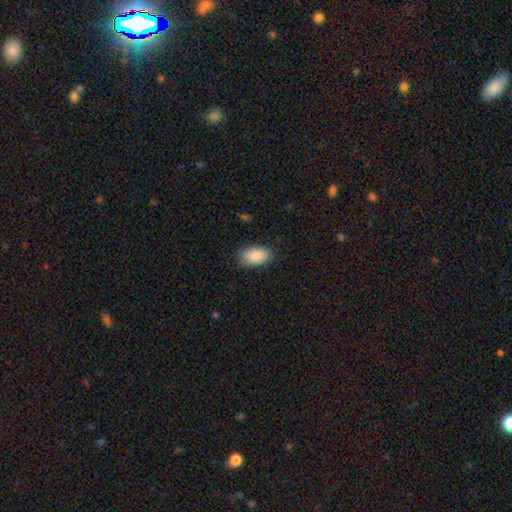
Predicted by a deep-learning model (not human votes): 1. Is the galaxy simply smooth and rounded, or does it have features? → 89% smooth, 6% star or artifact, 4% featured or disk.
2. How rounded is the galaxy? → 94% in between, 5% round, 2% cigar-shaped.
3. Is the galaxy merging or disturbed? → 85% none, 12% minor disturbance, 3% major disturbance, 1% merger.